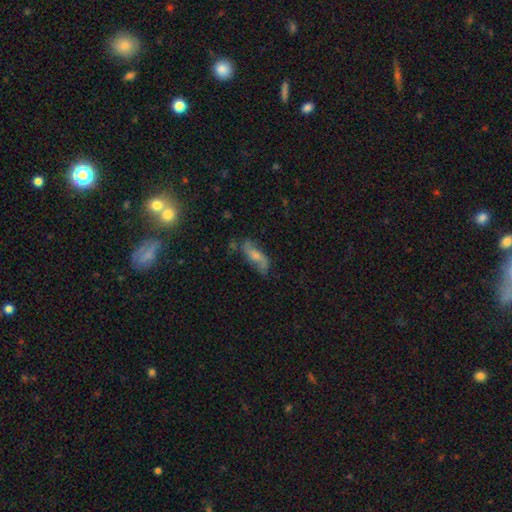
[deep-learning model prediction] Overall: featured or disk (50%; smooth 41%). Edge-on disk: no (83%). Merging: none (64%; minor disturbance 24%).